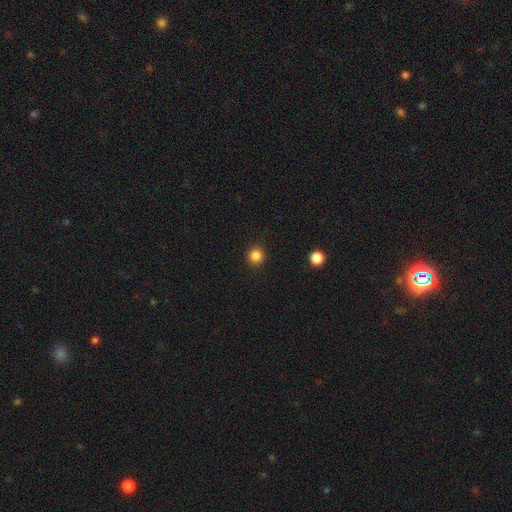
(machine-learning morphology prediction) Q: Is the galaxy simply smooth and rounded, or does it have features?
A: smooth — 85%.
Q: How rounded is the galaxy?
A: round — 94%.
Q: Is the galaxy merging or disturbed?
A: none — 92%.